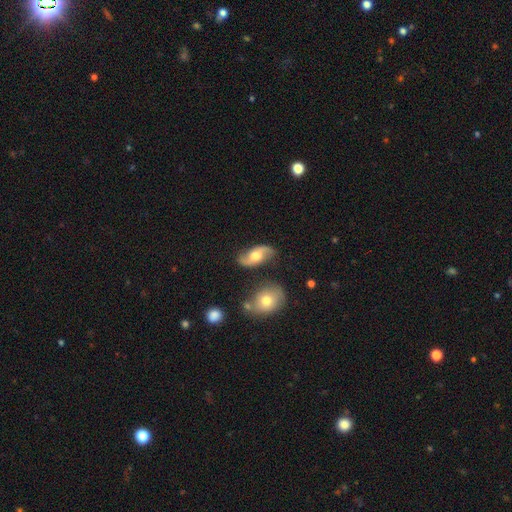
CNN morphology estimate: Smooth or featured? featured or disk (73%)
Edge-on disk? no (94%)
Bar? no (62%)
Spiral arms? yes (92%)
Spiral winding? loose (69%)
Spiral arm count? 2 (92%)
Bulge size? moderate (73%)
Merging? none (77%)